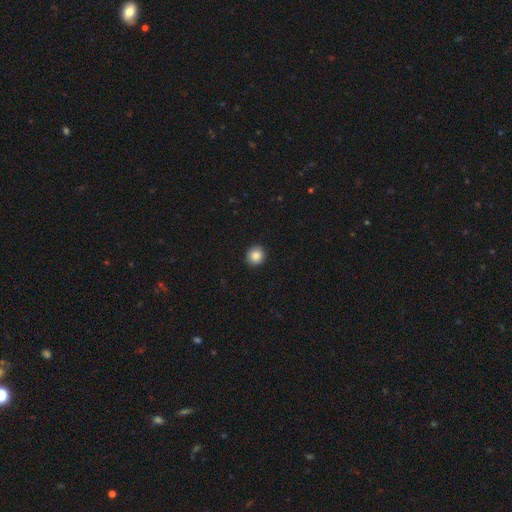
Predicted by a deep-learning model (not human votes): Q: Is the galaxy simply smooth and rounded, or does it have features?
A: smooth — 87%.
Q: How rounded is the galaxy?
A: round — 91%.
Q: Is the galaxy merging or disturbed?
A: none — 92%.